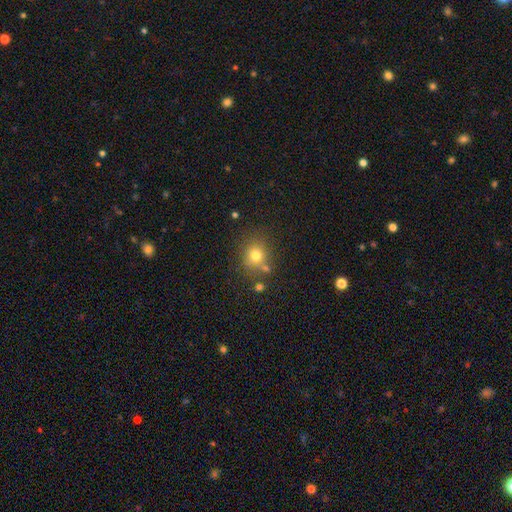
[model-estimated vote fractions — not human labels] This appears to be a smooth galaxy with no disk features (74%) that is round (81%). Merging: none (70%).